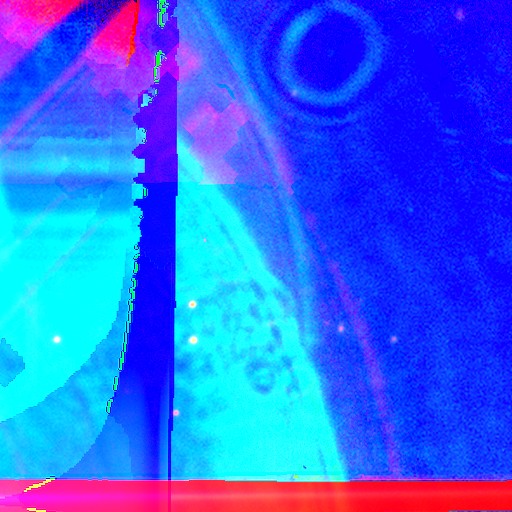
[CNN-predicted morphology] smooth-or-featured: star or artifact: 87% | featured or disk: 7% | smooth: 6%